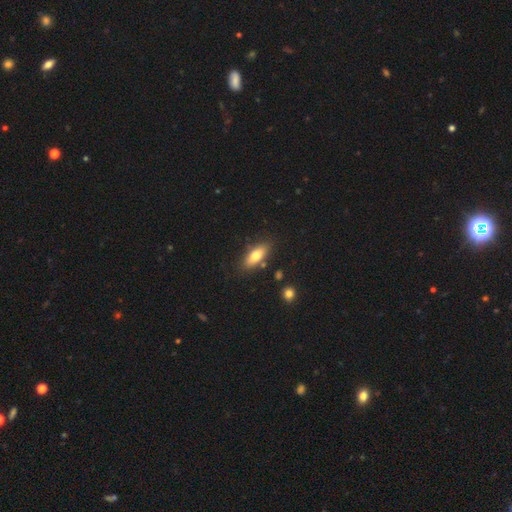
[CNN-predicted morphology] This appears to be a smooth galaxy with no disk features (72%) that is in between round and cigar-shaped (75%). Merging: none (81%).